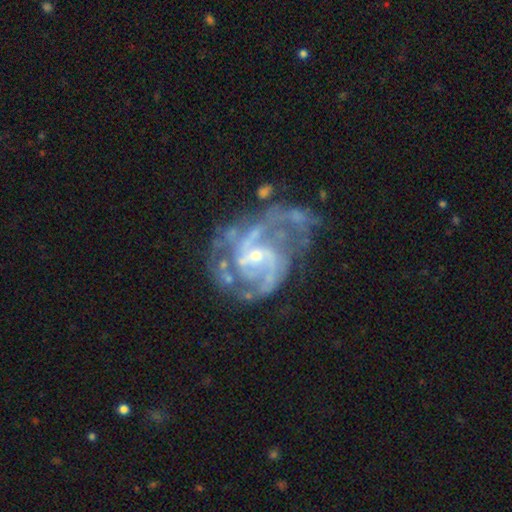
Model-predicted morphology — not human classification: A featured or disk galaxy (90%) with a weak bar (44%), 2 (59%) medium (52%) spiral arms (96%) and a small central bulge (70%).

Vote fractions:
- Smooth or featured? featured or disk: 90% / star or artifact: 6% / smooth: 4%
- Edge-on disk? no: 98% / yes: 2%
- Bar? weak: 44% / no: 42% / strong: 14%
- Spiral arms? yes: 96% / no: 4%
- Spiral winding? medium: 52% / tight: 33% / loose: 14%
- Spiral arm count? 2: 59% / 3: 15% / can't tell: 13% / 4: 5% / 1: 4% / more than 4: 4%
- Bulge size? small: 70% / moderate: 26% / none: 3% / large: 1% / dominant: 1%
- Merging? none: 52% / minor disturbance: 23% / major disturbance: 21% / merger: 4%